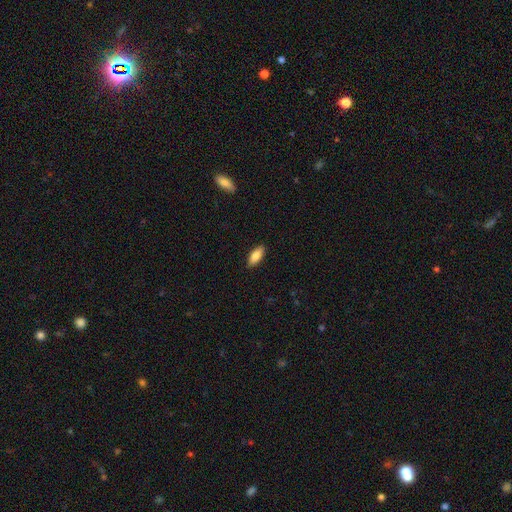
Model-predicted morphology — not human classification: The model was most divided on "how rounded": in between: 78%, cigar-shaped: 20%, round: 2%. More confident: merging — none (89%); smooth or featured — smooth (82%).